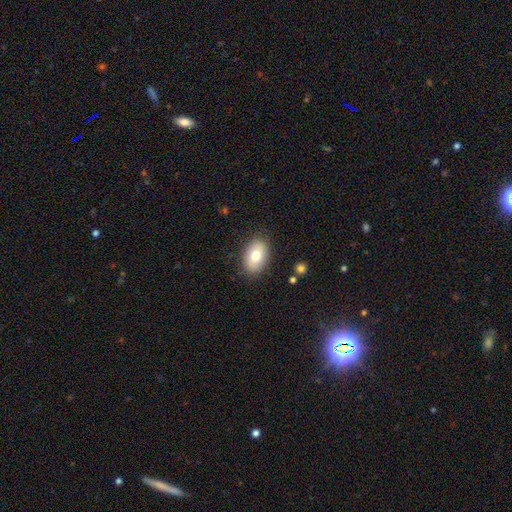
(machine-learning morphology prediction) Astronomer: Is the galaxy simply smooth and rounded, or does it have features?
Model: smooth — 78%.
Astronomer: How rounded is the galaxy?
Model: in between — 89%.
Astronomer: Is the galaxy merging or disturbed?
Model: none — 85%.